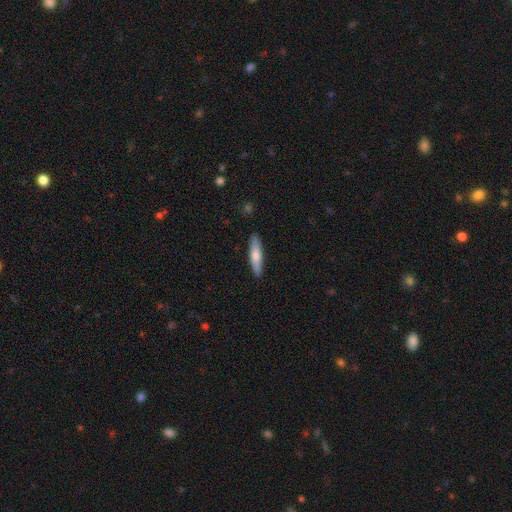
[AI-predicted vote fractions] Q: Smooth or featured?
A: smooth (69%); runner-up: featured or disk (25%)
Q: How rounded?
A: cigar-shaped (76%); runner-up: in between (22%)
Q: Merging?
A: none (89%); runner-up: minor disturbance (8%)